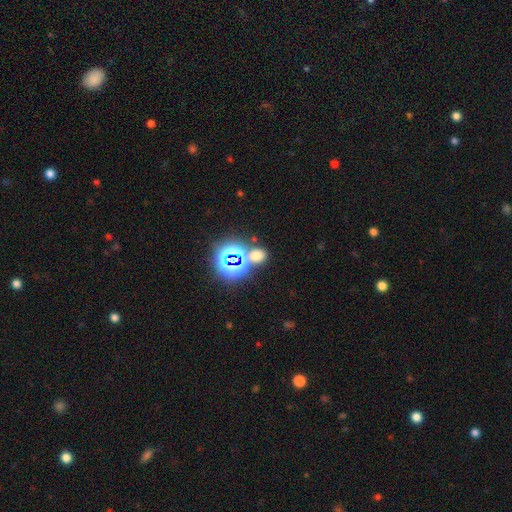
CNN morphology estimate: A smooth galaxy with no disk features (53%) that is round (57%).

Vote fractions:
- Smooth or featured? smooth: 53% / star or artifact: 40% / featured or disk: 7%
- How rounded? round: 57% / in between: 41% / cigar-shaped: 2%
- Merging? none: 67% / merger: 18% / minor disturbance: 10% / major disturbance: 5%